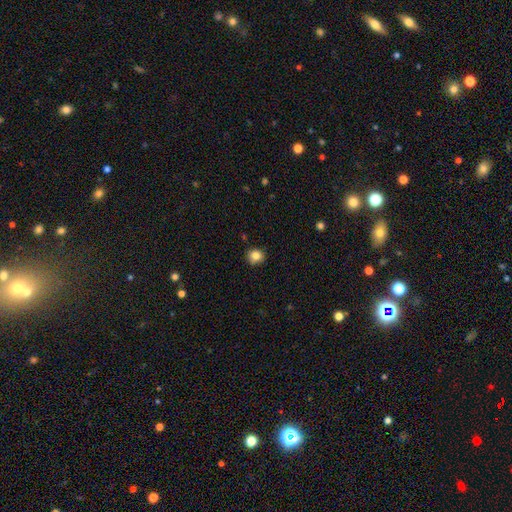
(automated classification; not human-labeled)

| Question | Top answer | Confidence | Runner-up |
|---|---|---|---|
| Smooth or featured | smooth | 82% | star or artifact (11%) |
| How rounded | round | 82% | in between (17%) |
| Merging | none | 84% | minor disturbance (12%) |